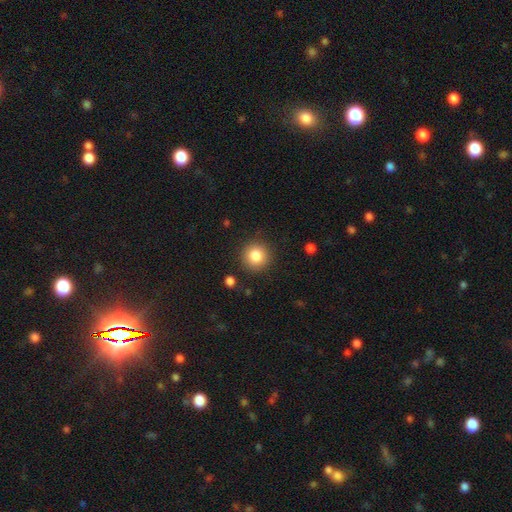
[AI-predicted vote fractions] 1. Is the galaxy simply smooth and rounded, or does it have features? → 84% smooth, 10% star or artifact, 6% featured or disk.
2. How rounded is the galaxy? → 94% round, 5% in between, 1% cigar-shaped.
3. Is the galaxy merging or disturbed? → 89% none, 7% minor disturbance, 3% major disturbance, 2% merger.